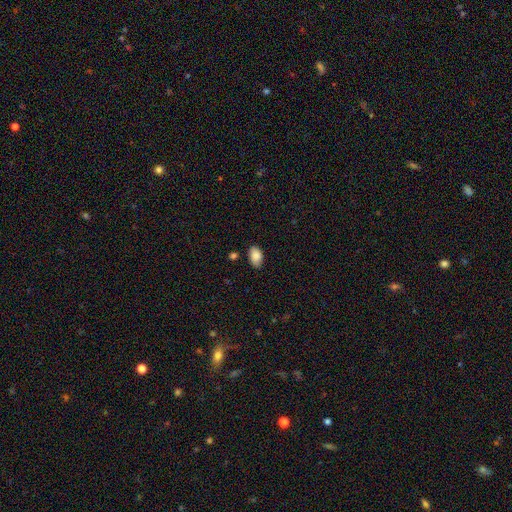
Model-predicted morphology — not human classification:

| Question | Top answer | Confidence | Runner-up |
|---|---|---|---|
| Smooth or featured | smooth | 87% | star or artifact (7%) |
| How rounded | in between | 91% | round (7%) |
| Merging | none | 77% | minor disturbance (18%) |